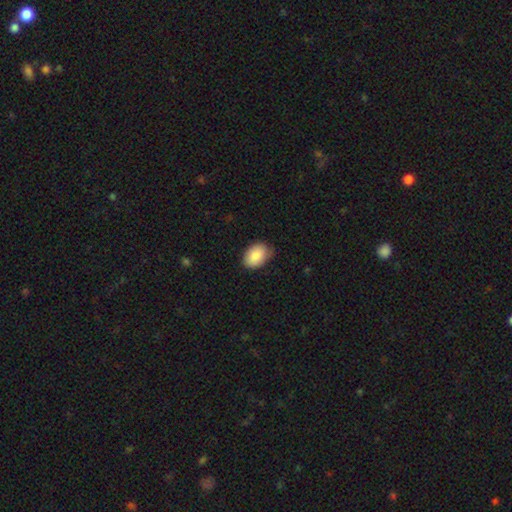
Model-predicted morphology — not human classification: Q: Smooth or featured?
A: smooth (88%); runner-up: star or artifact (6%)
Q: How rounded?
A: in between (87%); runner-up: round (12%)
Q: Merging?
A: none (73%); runner-up: minor disturbance (23%)